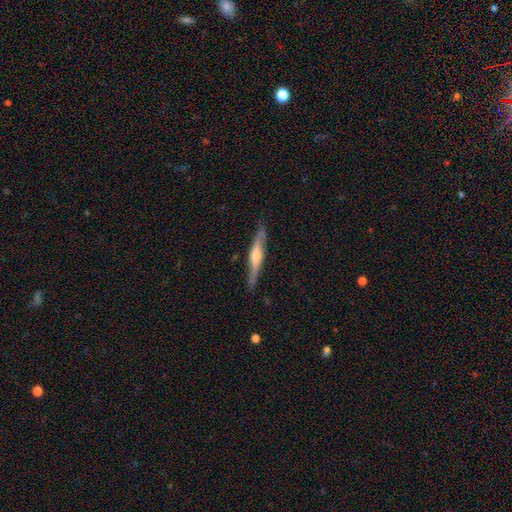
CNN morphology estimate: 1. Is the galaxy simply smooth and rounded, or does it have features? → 62% featured or disk, 32% smooth, 6% star or artifact.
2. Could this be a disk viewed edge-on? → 91% yes, 9% no.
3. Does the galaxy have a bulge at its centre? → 57% rounded, 27% boxy, 16% none.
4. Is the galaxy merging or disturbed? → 80% none, 16% minor disturbance, 3% major disturbance, 2% merger.